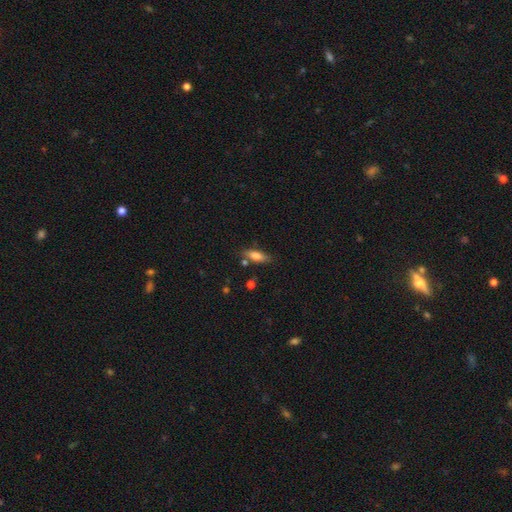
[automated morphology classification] smooth 78%, featured or disk 14%, star or artifact 8%. Down the decision tree: how rounded — in between (66%); merging — none (69%).